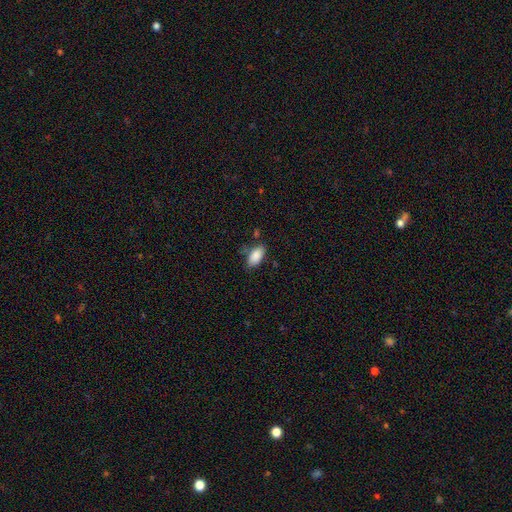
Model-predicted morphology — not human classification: smooth-or-featured: smooth: 88% | star or artifact: 7% | featured or disk: 5%
  how-rounded: in between: 92% | cigar-shaped: 5% | round: 3%
  merging: none: 74% | minor disturbance: 18% | major disturbance: 4% | merger: 4%